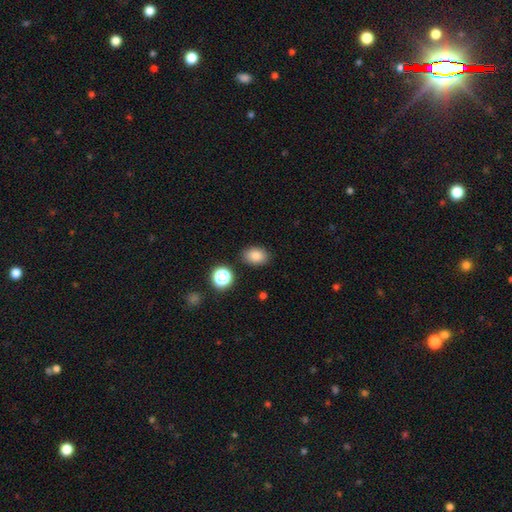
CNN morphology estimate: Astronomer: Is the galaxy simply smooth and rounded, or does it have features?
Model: smooth — 83%.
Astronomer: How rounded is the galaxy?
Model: in between — 74%.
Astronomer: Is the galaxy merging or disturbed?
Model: none — 85%.